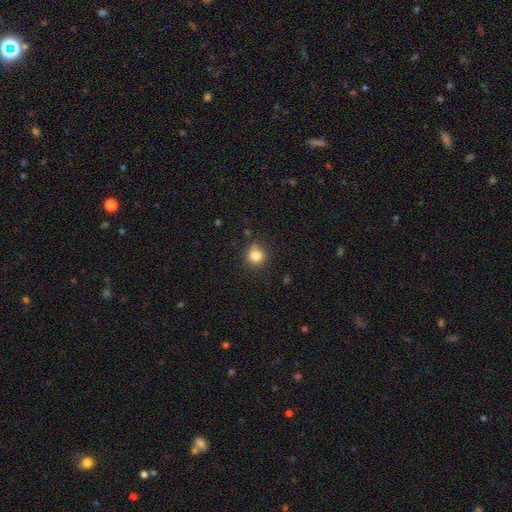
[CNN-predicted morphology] Smooth or featured? Predicted: smooth (p=0.83). How rounded? Predicted: round (p=0.90). Merging? Predicted: none (p=0.82).